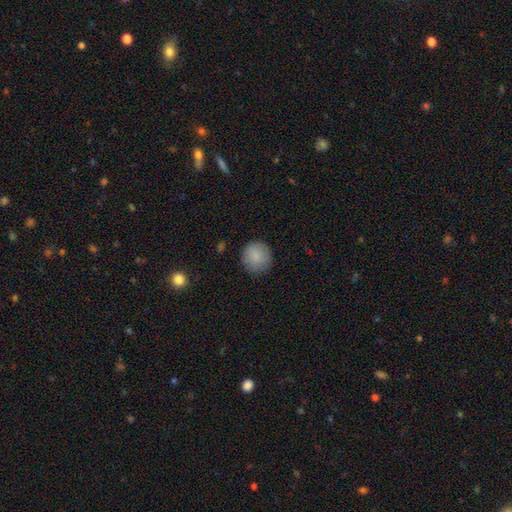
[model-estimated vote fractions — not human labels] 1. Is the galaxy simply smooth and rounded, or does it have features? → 87% smooth, 7% star or artifact, 6% featured or disk.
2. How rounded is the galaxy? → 92% round, 7% in between, 1% cigar-shaped.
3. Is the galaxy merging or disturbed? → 87% none, 10% minor disturbance, 2% major disturbance, 1% merger.